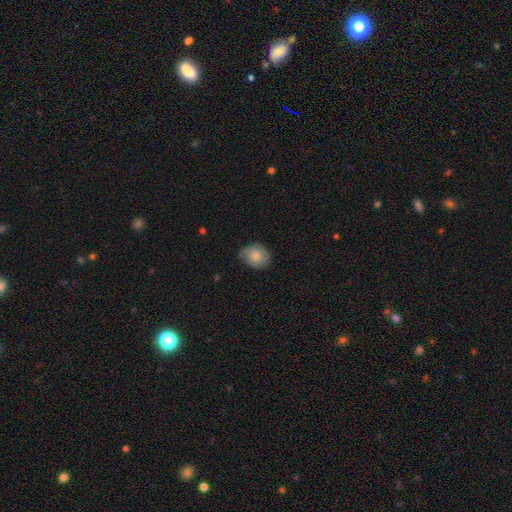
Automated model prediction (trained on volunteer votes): Q: Smooth or featured?
A: smooth (74%); runner-up: featured or disk (20%)
Q: How rounded?
A: in between (51%); runner-up: round (49%)
Q: Merging?
A: none (72%); runner-up: minor disturbance (23%)